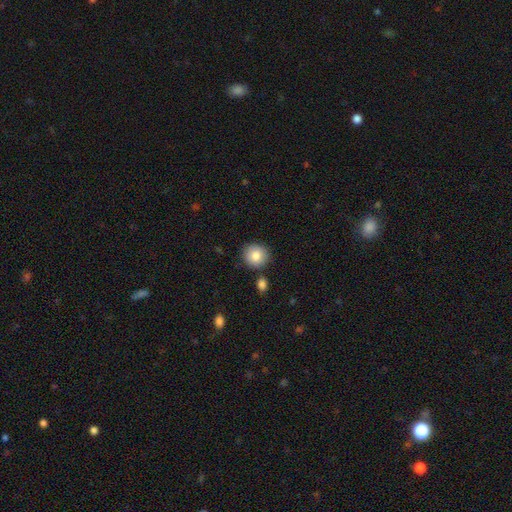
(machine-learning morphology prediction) A smooth galaxy with no disk features (83%) that is round (88%).

Vote fractions:
- Smooth or featured? smooth: 83% / featured or disk: 8% / star or artifact: 8%
- How rounded? round: 88% / in between: 11% / cigar-shaped: 1%
- Merging? none: 83% / minor disturbance: 9% / merger: 6% / major disturbance: 2%